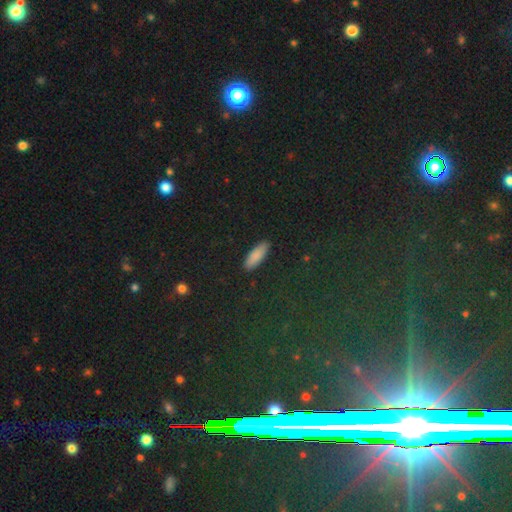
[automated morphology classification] This appears to be a smooth galaxy with no disk features (86%) that is in between round and cigar-shaped (56%). Merging: none (89%).